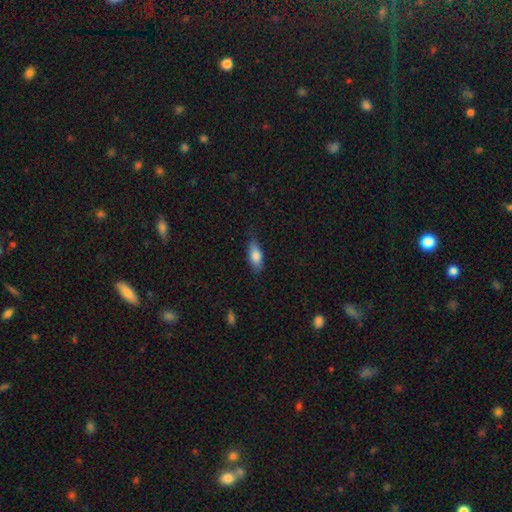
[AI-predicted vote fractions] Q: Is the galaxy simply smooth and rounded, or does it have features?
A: smooth — 80%.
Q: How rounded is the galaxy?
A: in between — 77%.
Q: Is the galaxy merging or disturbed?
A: none — 79%.